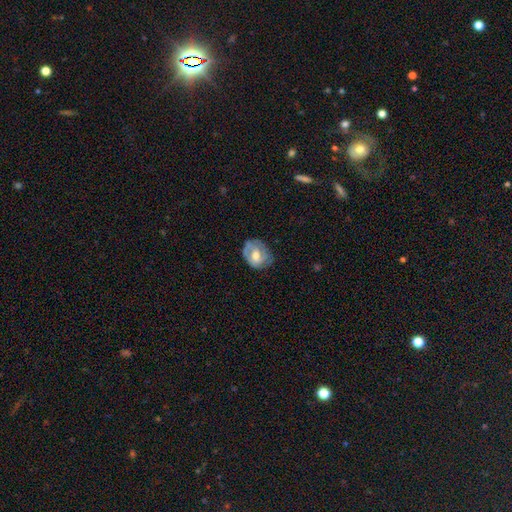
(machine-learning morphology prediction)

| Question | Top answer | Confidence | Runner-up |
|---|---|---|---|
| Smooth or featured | featured or disk | 51% | smooth (42%) |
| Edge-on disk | no | 96% | yes (4%) |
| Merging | none | 60% | minor disturbance (28%) |